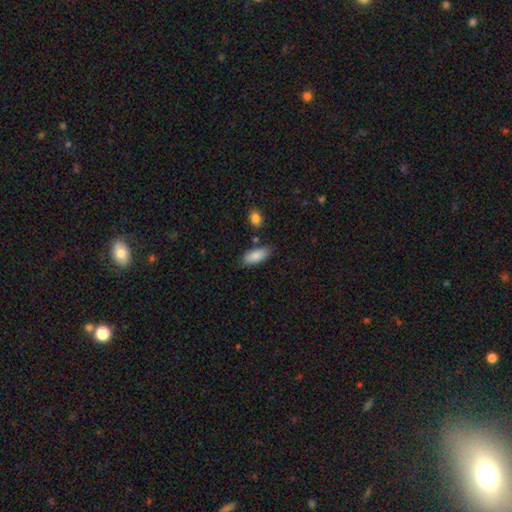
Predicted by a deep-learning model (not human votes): Smooth or featured: smooth — 87% (featured or disk — 7%)
How rounded: in between — 85% (cigar-shaped — 12%)
Merging: none — 80% (minor disturbance — 13%)